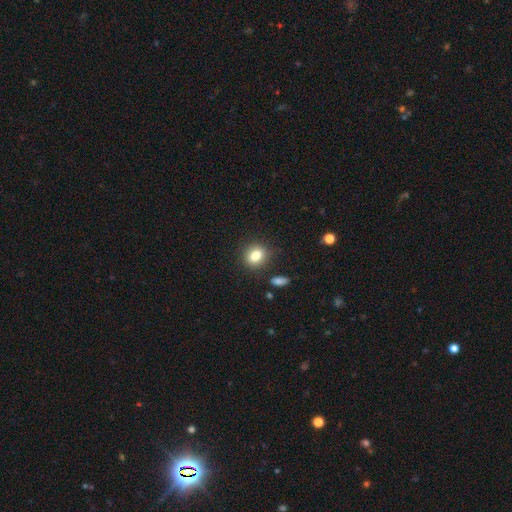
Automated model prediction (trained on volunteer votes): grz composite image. It shows a smooth galaxy with no disk features (82%) that is round (61%). Merging: none (85%).